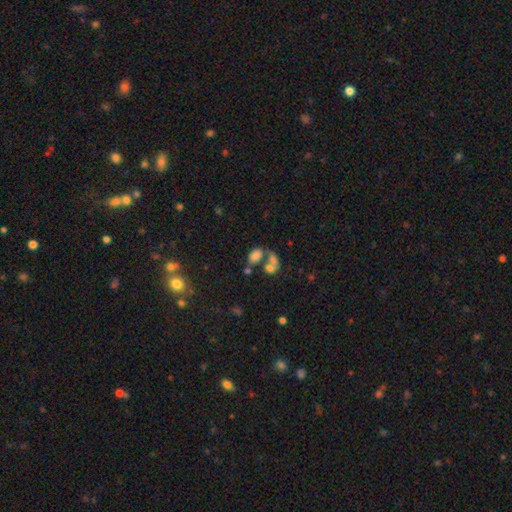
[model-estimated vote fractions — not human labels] A smooth galaxy with no disk features (72%) that is in between round and cigar-shaped (85%). Merging: merger (53%).